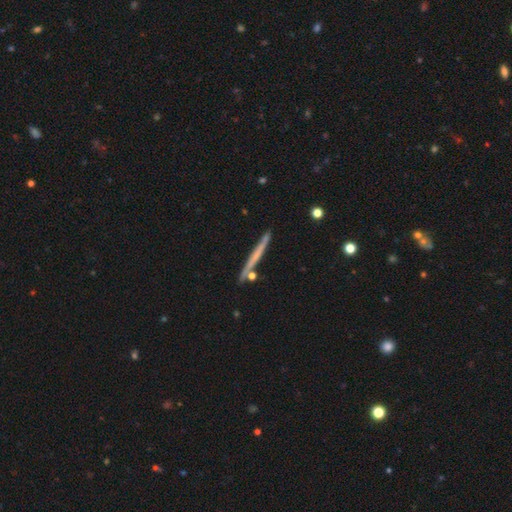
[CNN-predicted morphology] Smooth or featured: featured or disk — 47% (tied with smooth — 47%)
Merging: none — 86% (minor disturbance — 9%)